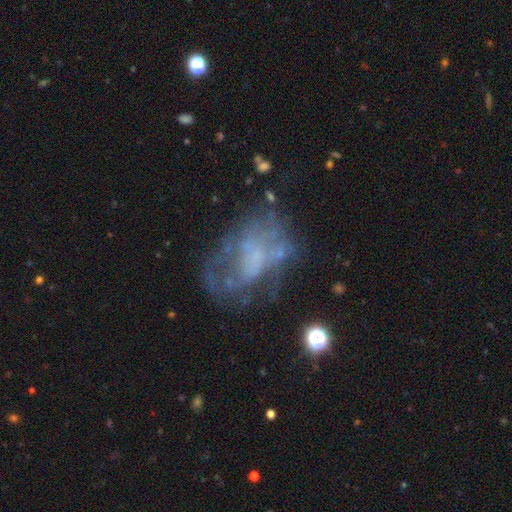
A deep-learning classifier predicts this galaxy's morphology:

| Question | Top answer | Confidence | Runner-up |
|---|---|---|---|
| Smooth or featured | featured or disk | 61% | smooth (24%) |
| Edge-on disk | no | 97% | yes (3%) |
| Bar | no | 81% | weak (16%) |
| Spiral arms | no | 73% | yes (27%) |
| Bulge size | none | 62% | small (23%) |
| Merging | none | 42% | major disturbance (30%) |